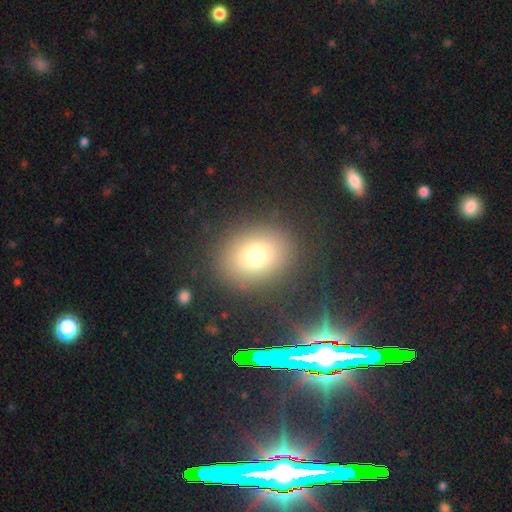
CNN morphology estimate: Overall: smooth (72%). How rounded: round (54%; in between 45%). Merging: none (83%).